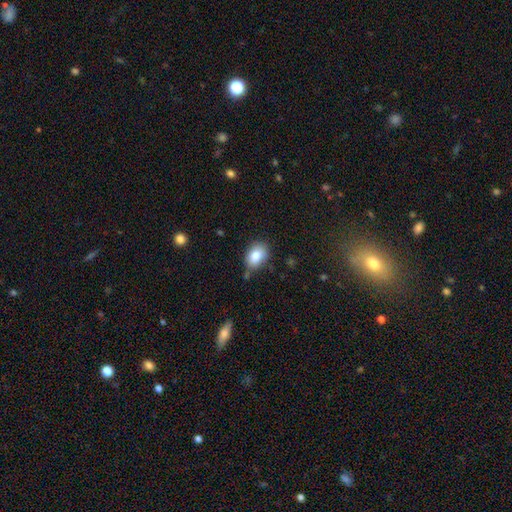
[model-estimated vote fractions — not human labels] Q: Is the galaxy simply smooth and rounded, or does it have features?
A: smooth — 83%.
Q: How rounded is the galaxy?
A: in between — 76%.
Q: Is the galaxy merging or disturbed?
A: none — 73%.